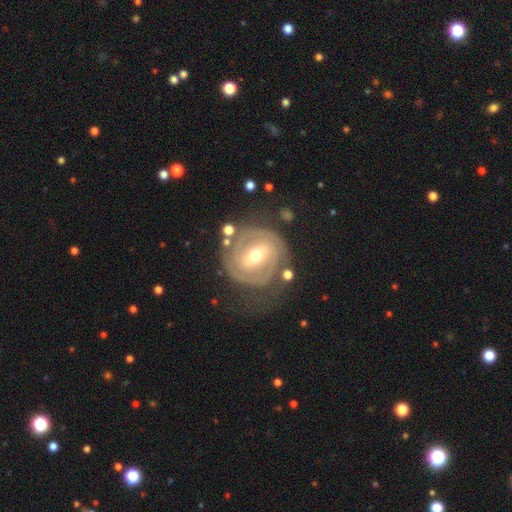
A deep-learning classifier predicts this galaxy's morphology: smooth_or_featured: featured or disk (p=0.85) [alt: smooth p=0.10]
disk_edge_on: no (p=0.97) [alt: yes p=0.03]
bar: weak (p=0.43) [alt: strong p=0.38]
has_spiral_arms: yes (p=0.91) [alt: no p=0.09]
spiral_winding: tight (p=0.73) [alt: medium p=0.21]
spiral_arm_count: 2 (p=0.64) [alt: can't tell p=0.18]
bulge_size: moderate (p=0.60) [alt: small p=0.35]
merging: none (p=0.70) [alt: minor disturbance p=0.16]